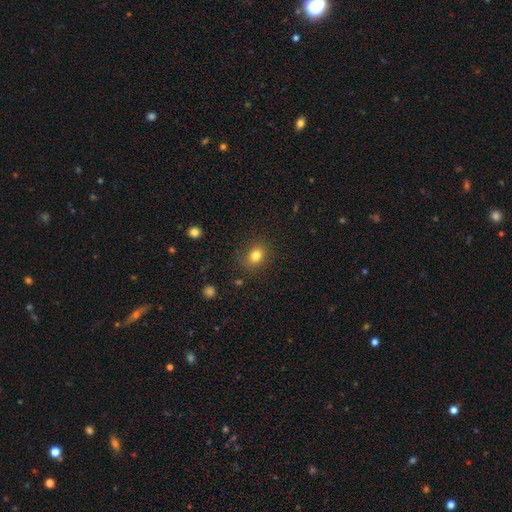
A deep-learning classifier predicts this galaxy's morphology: Smooth or featured? smooth (81%)
How rounded? round (52%)
Merging? none (82%)